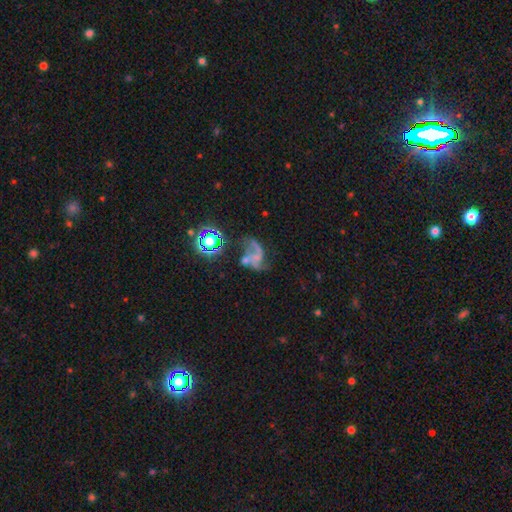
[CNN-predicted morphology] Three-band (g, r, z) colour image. It shows a featured or disk galaxy (58%) with no bar (68%), spiral arms (67%) and no central bulge (67%). Merging: major disturbance (34%).